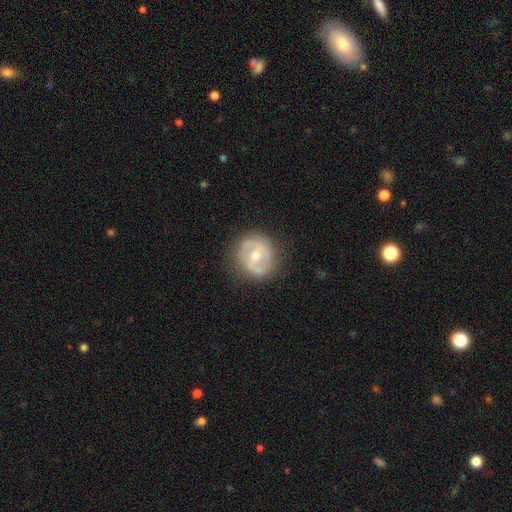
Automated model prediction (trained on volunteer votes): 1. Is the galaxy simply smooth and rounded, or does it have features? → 64% featured or disk, 30% smooth, 6% star or artifact.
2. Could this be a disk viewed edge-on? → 96% no, 4% yes.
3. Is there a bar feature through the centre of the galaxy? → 40% no, 38% weak, 22% strong.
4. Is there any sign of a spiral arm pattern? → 63% no, 37% yes.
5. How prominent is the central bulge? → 72% moderate, 22% small, 4% large, 1% none, 1% dominant.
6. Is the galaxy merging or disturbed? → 81% none, 13% minor disturbance, 5% major disturbance, 1% merger.